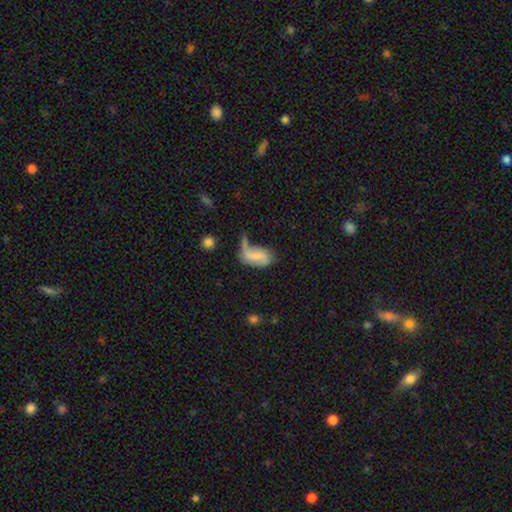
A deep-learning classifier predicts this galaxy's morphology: smooth_or_featured: smooth (p=0.46) [alt: featured or disk p=0.45]
merging: major disturbance (p=0.33) [alt: none p=0.28]